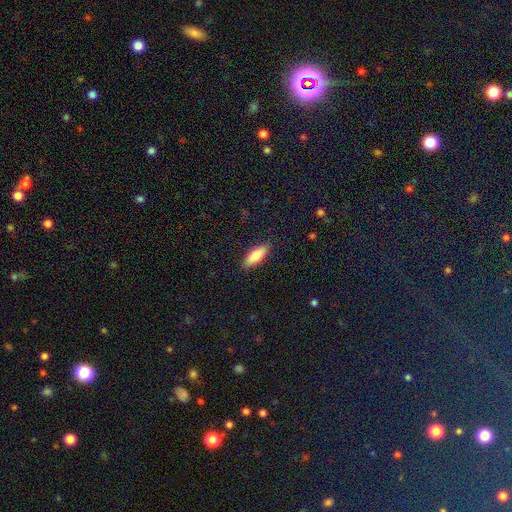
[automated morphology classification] type=smooth (79%); roundness=in between (66%); merging=none (88%).